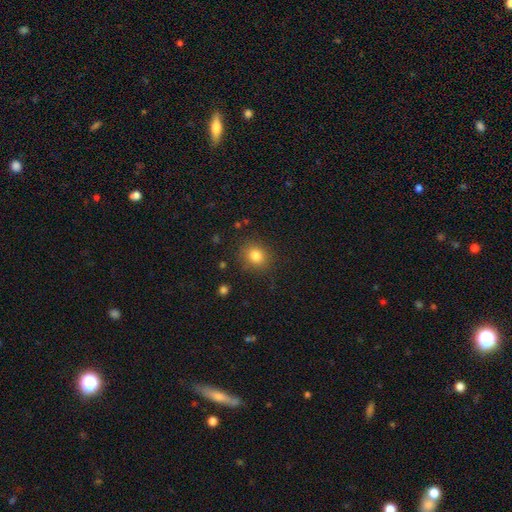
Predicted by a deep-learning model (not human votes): Morphology: type=smooth (82%); roundness=round (73%); merging=none (85%).